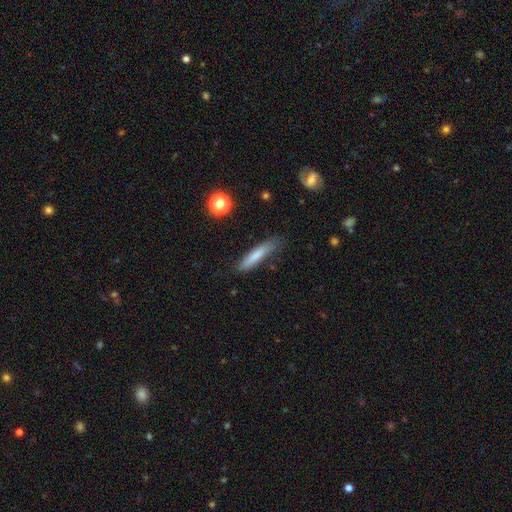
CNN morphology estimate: smooth_or_featured: smooth (p=0.76) [alt: featured or disk p=0.16]
how_rounded: cigar-shaped (p=0.88) [alt: in between p=0.11]
merging: none (p=0.75) [alt: minor disturbance p=0.18]